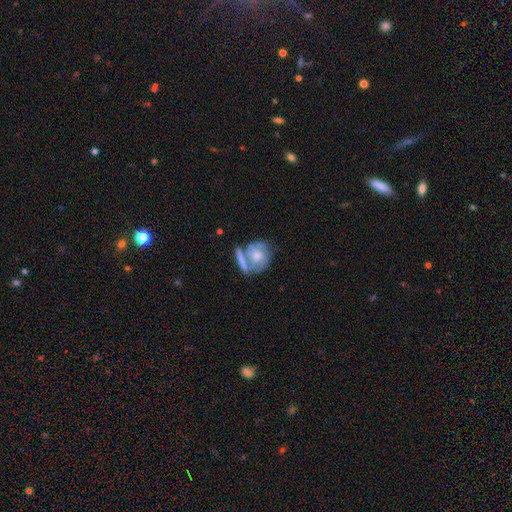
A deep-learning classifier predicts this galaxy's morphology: Smooth or featured?
  - featured or disk: 51% *
  - smooth: 42%
  - star or artifact: 7%
Edge-on disk?
  - no: 93% *
  - yes: 7%
Merging?
  - none: 39% *
  - merger: 30%
  - minor disturbance: 18%
  - major disturbance: 14%